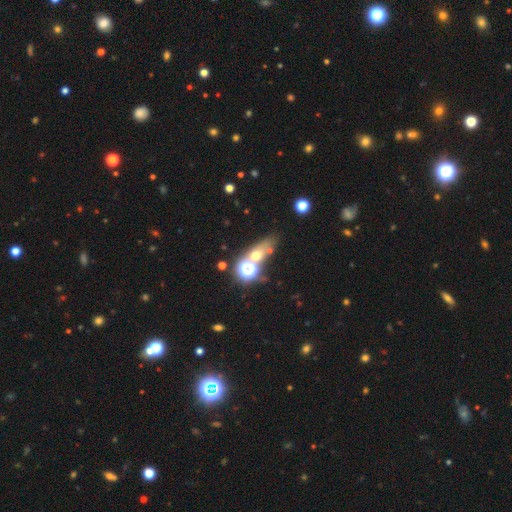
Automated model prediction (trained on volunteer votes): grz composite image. It shows a smooth galaxy with no disk features (49%). Merging: none (50%).